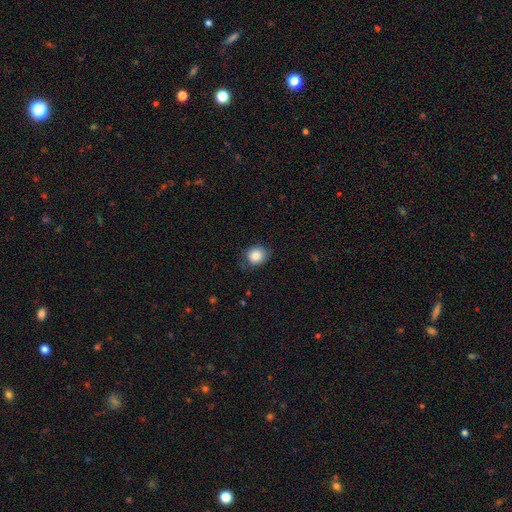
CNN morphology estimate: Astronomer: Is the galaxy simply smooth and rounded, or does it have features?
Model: smooth — 84%.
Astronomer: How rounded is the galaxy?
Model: round — 74%.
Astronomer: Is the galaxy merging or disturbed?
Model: none — 72%.